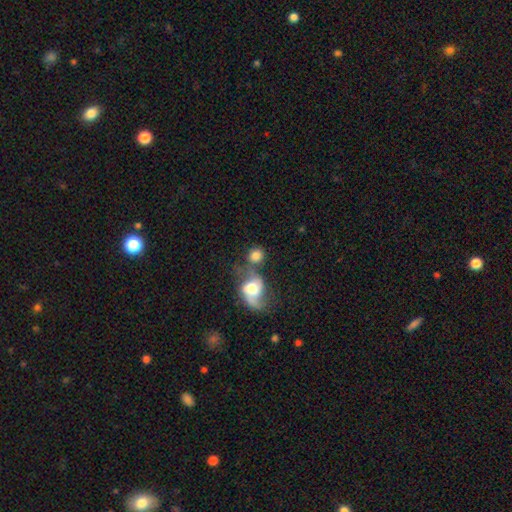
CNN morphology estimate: Smooth or featured? Predicted: smooth (p=0.72). How rounded? Predicted: round (p=0.78). Merging? Predicted: none (p=0.46).